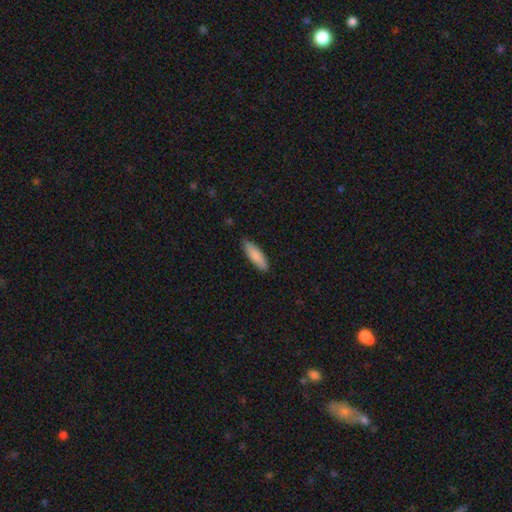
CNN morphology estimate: Smooth or featured? Predicted: smooth (p=0.86). How rounded? Predicted: cigar-shaped (p=0.51). Merging? Predicted: none (p=0.83).